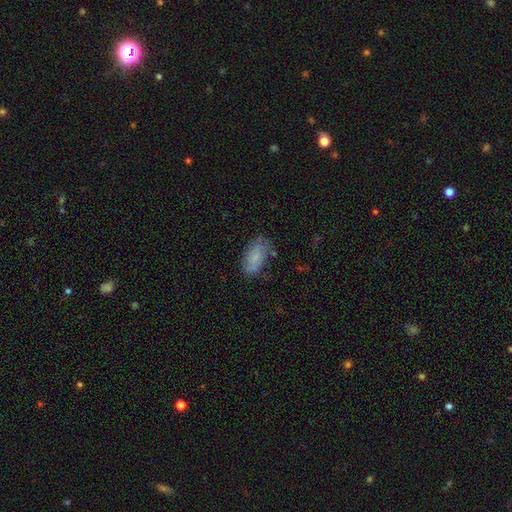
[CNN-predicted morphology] type=smooth (74%); roundness=in between (91%); merging=none (71%).